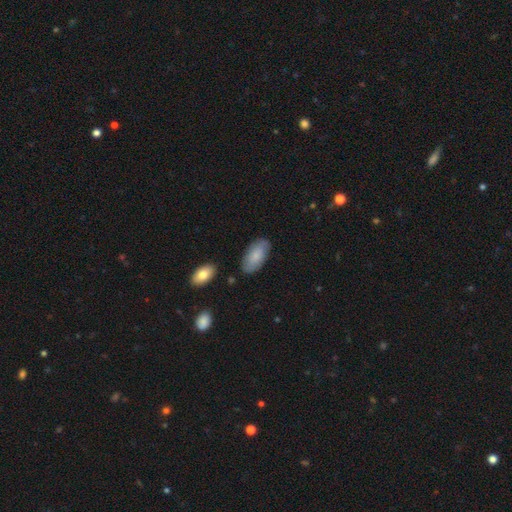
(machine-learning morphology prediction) type=smooth (77%); roundness=in between (94%); merging=none (81%).